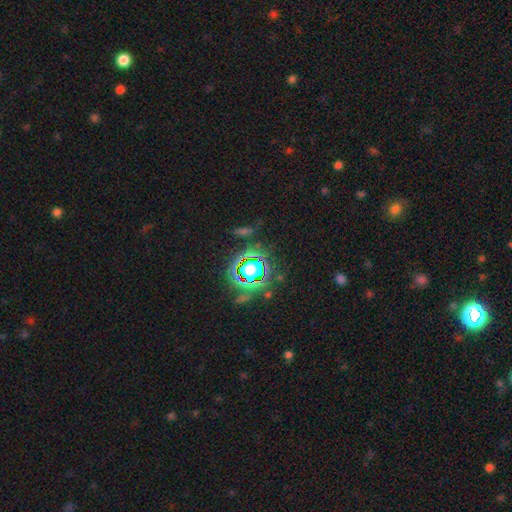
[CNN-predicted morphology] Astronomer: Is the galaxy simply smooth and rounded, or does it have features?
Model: star or artifact — 80%.